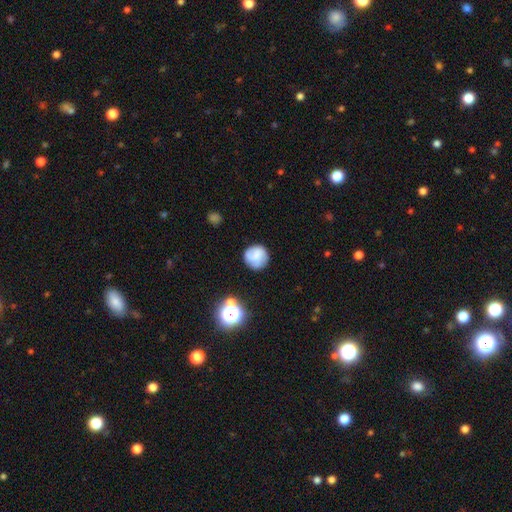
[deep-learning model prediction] Q: Smooth or featured?
A: smooth (56%); runner-up: featured or disk (33%)
Q: How rounded?
A: round (89%); runner-up: in between (10%)
Q: Merging?
A: none (74%); runner-up: minor disturbance (17%)